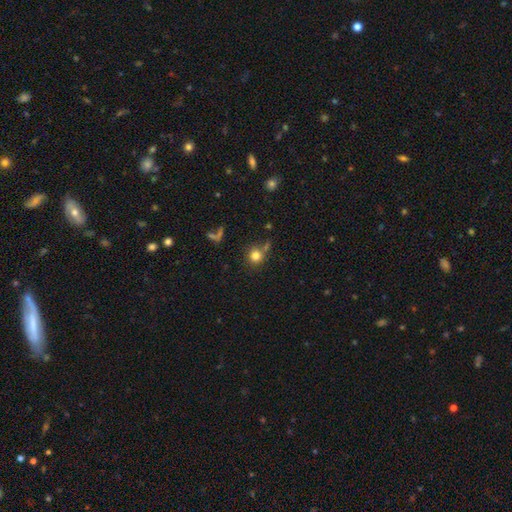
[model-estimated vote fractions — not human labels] A smooth galaxy with no disk features (80%) that is round (90%). Merging: none (69%).